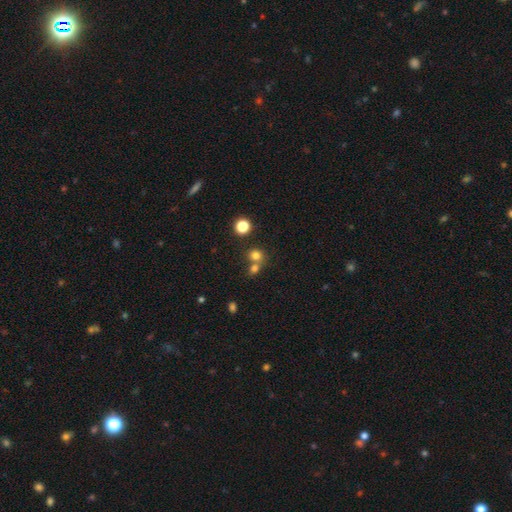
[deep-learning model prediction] Smooth or featured: smooth — 75% (star or artifact — 17%)
How rounded: round — 81% (in between — 18%)
Merging: none — 49% (merger — 41%)